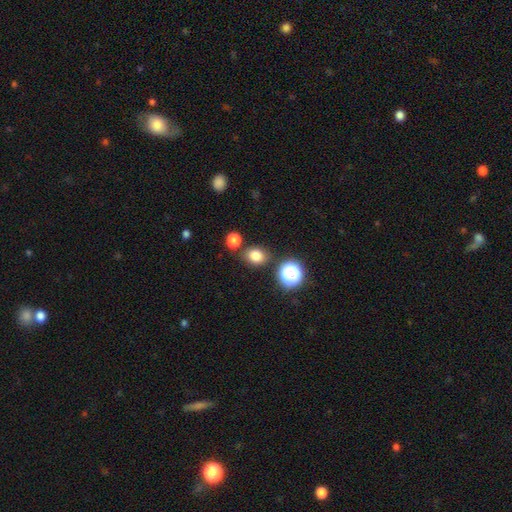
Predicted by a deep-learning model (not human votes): A smooth galaxy with no disk features (80%) that is round (50%). Merging: none (78%).